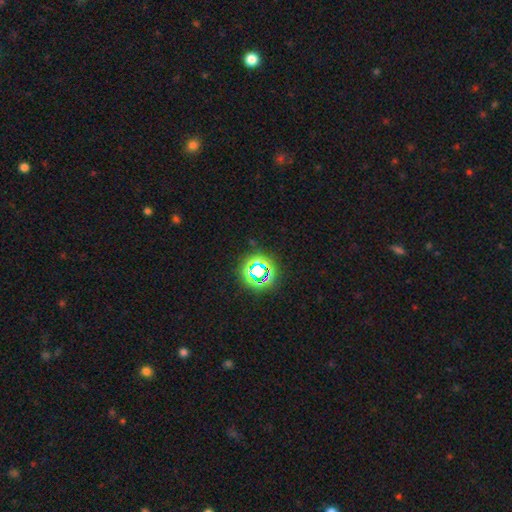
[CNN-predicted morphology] Smooth or featured: star or artifact — 71% (smooth — 23%)